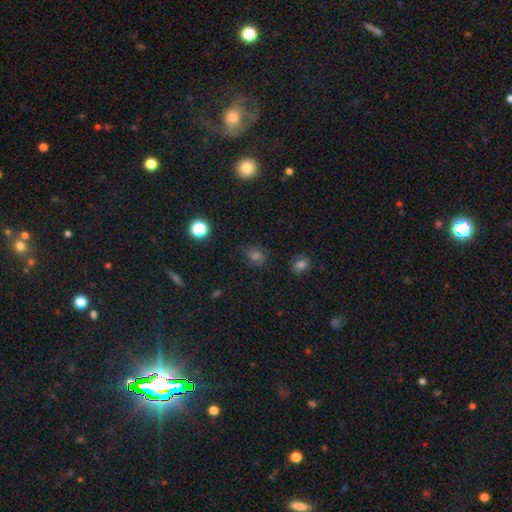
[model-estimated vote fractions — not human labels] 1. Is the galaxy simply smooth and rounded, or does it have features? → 58% smooth, 30% star or artifact, 12% featured or disk.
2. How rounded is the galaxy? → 57% round, 41% in between, 2% cigar-shaped.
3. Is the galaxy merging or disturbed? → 75% none, 16% minor disturbance, 6% major disturbance, 3% merger.